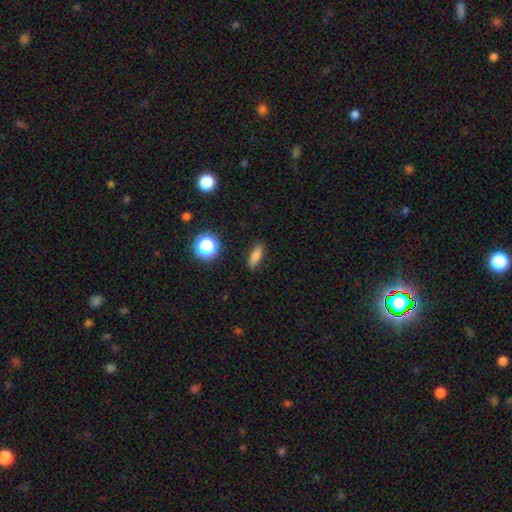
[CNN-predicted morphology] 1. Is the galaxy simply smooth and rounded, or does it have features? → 78% smooth, 12% star or artifact, 10% featured or disk.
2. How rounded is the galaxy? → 56% in between, 37% cigar-shaped, 7% round.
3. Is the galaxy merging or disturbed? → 85% none, 11% minor disturbance, 3% major disturbance, 1% merger.